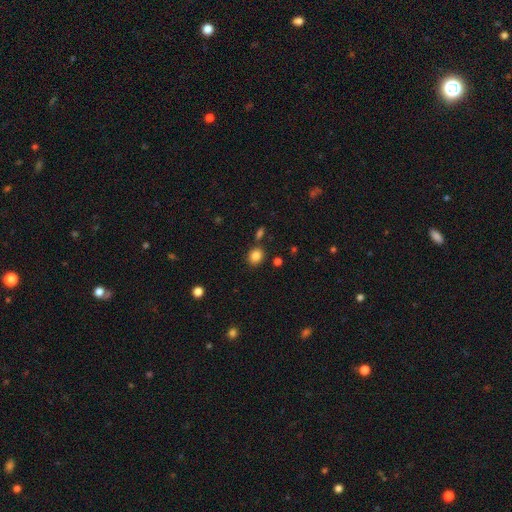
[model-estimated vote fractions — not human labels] smooth-or-featured: smooth: 85% | star or artifact: 11% | featured or disk: 5%
  how-rounded: round: 69% | in between: 30% | cigar-shaped: 1%
  merging: none: 81% | minor disturbance: 9% | merger: 7% | major disturbance: 3%